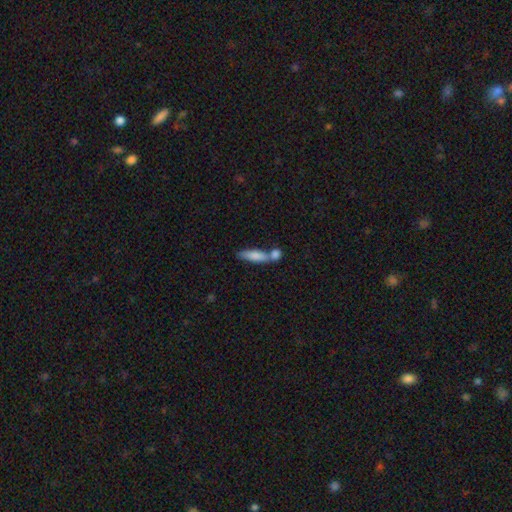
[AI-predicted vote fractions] This appears to be a smooth galaxy with no disk features (78%) that is cigar-shaped (56%). Merging: merger (44%).